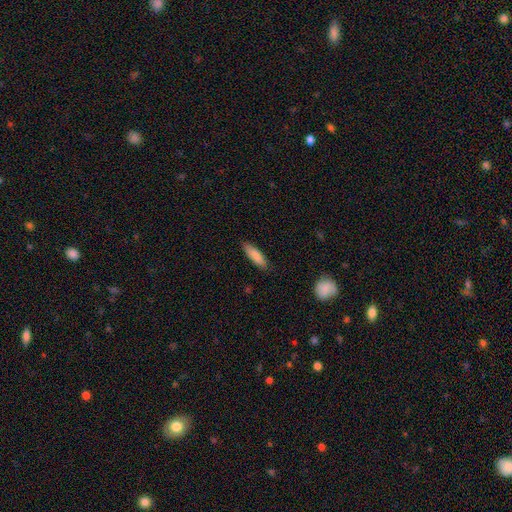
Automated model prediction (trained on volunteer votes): This is clearly a smooth galaxy (83%). How rounded: likely cigar-shaped (61%). Merging: clearly none (87%).